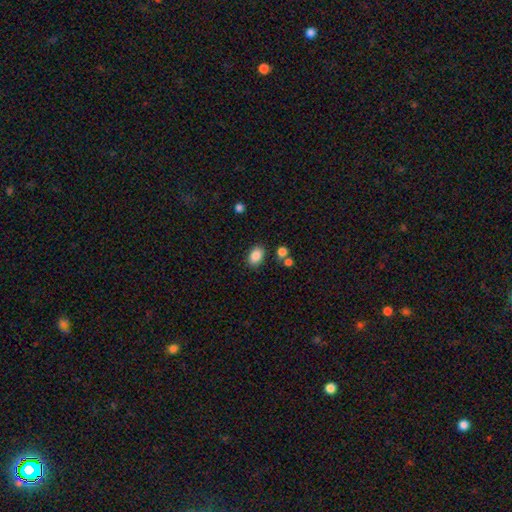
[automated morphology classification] Q: Smooth or featured?
A: smooth (87%); runner-up: star or artifact (9%)
Q: How rounded?
A: in between (83%); runner-up: round (16%)
Q: Merging?
A: none (82%); runner-up: minor disturbance (11%)